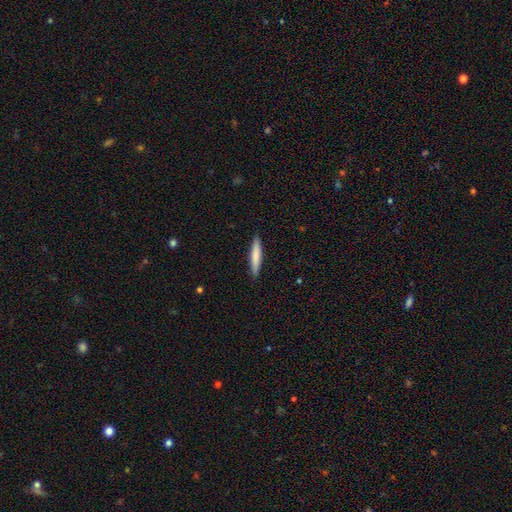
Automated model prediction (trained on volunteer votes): Q: Smooth or featured?
A: smooth (75%); runner-up: featured or disk (19%)
Q: How rounded?
A: cigar-shaped (92%); runner-up: in between (7%)
Q: Merging?
A: none (90%); runner-up: minor disturbance (7%)